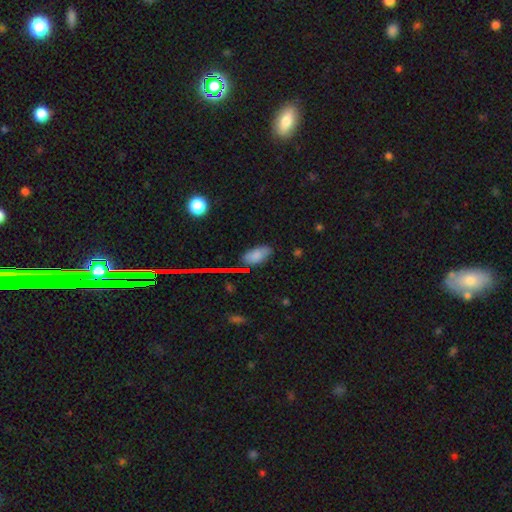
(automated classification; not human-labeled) smooth 73%, star or artifact 15%, featured or disk 12%. Down the decision tree: how rounded — in between (92%); merging — none (71%).